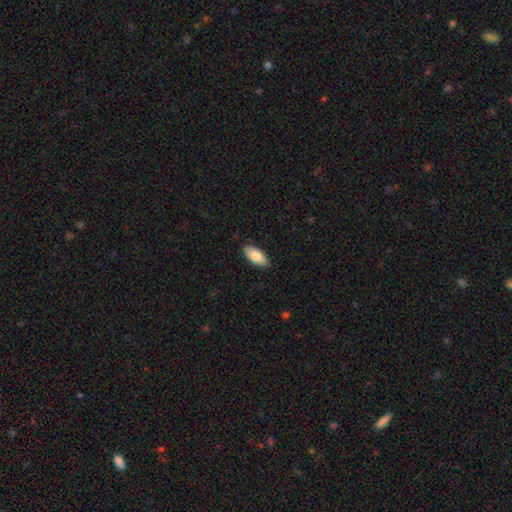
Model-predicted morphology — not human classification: Smooth or featured?
  - smooth: 84% *
  - featured or disk: 11%
  - star or artifact: 6%
How rounded?
  - in between: 87% *
  - cigar-shaped: 11%
  - round: 2%
Merging?
  - none: 87% *
  - minor disturbance: 10%
  - major disturbance: 2%
  - merger: 1%